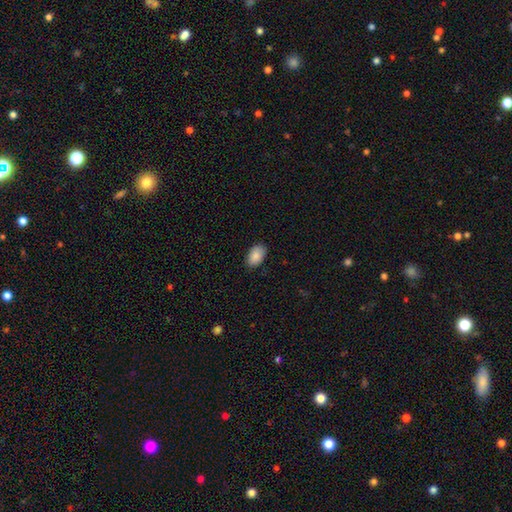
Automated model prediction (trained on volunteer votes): Morphology: type=smooth (88%); roundness=in between (93%); merging=none (86%).